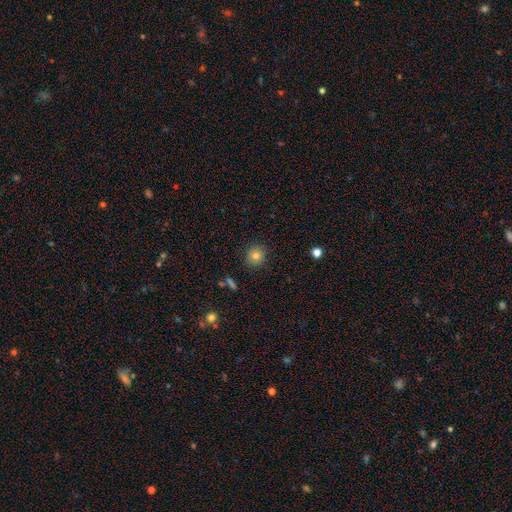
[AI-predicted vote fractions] Smooth or featured? Predicted: smooth (p=0.79). How rounded? Predicted: round (p=0.90). Merging? Predicted: none (p=0.89).